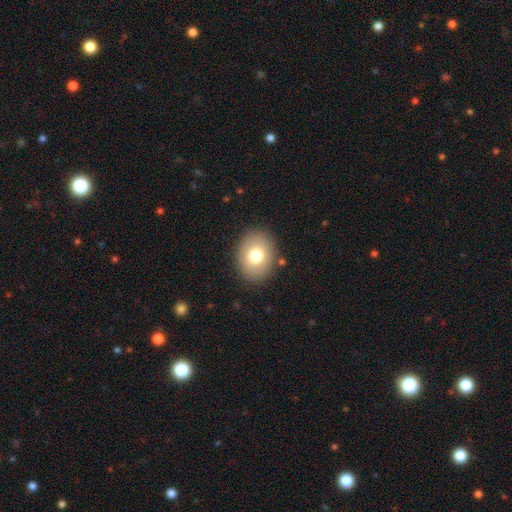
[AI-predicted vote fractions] This is likely a smooth galaxy (77%). How rounded: possibly in between (56%). Merging: clearly none (87%).